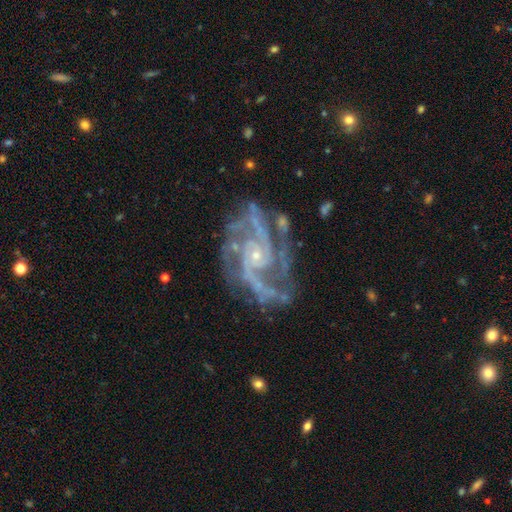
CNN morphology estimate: The model was most divided on "spiral winding": medium: 51%, tight: 40%, loose: 9%. Remaining: spiral arms — yes (98%); edge-on disk — no (98%); smooth or featured — featured or disk (92%); bulge size — small (82%); merging — none (68%); bar — no (65%); spiral arm count — 2 (37%).